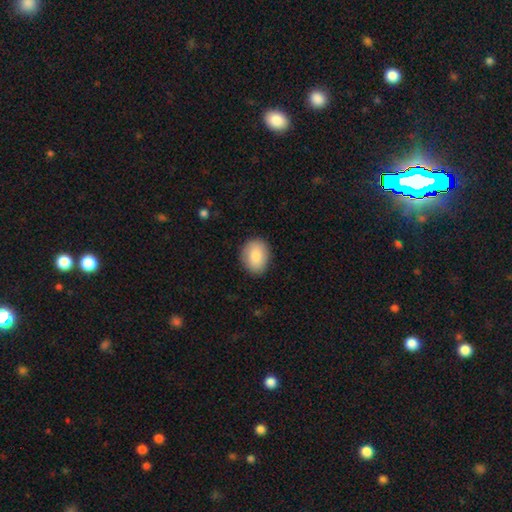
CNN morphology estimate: Smooth or featured: smooth — 83% (featured or disk — 10%)
How rounded: in between — 54% (round — 45%)
Merging: none — 87% (minor disturbance — 10%)